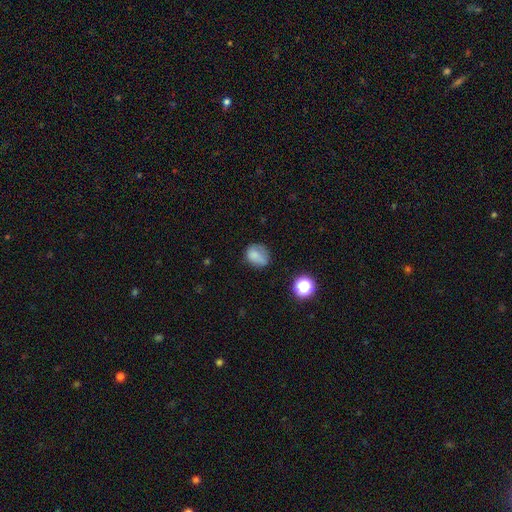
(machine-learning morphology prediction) smooth_or_featured: smooth (p=0.75) [alt: featured or disk p=0.13]
how_rounded: round (p=0.57) [alt: in between p=0.42]
merging: none (p=0.51) [alt: minor disturbance p=0.30]